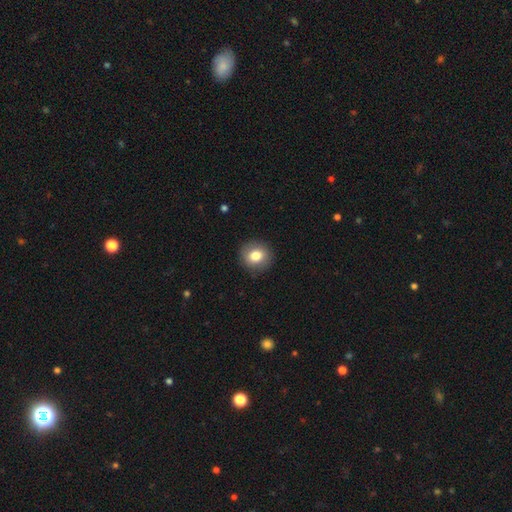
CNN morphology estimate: The model was most divided on "how rounded": round: 83%, in between: 16%, cigar-shaped: 1%. More confident: merging — none (90%); smooth or featured — smooth (80%).